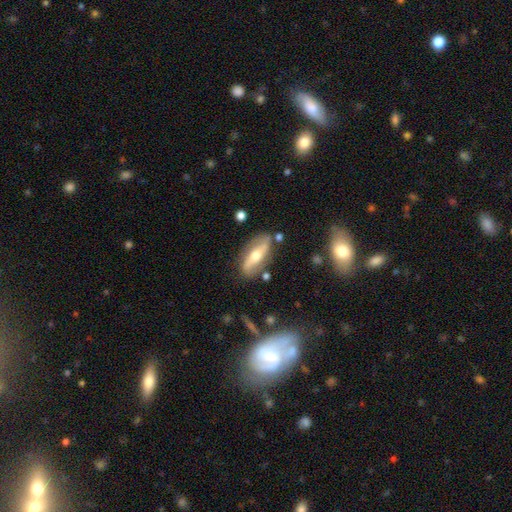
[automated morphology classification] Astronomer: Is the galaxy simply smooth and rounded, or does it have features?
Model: featured or disk — 63%.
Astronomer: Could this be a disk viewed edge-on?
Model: no — 70%.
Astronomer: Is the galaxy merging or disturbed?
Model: none — 77%.